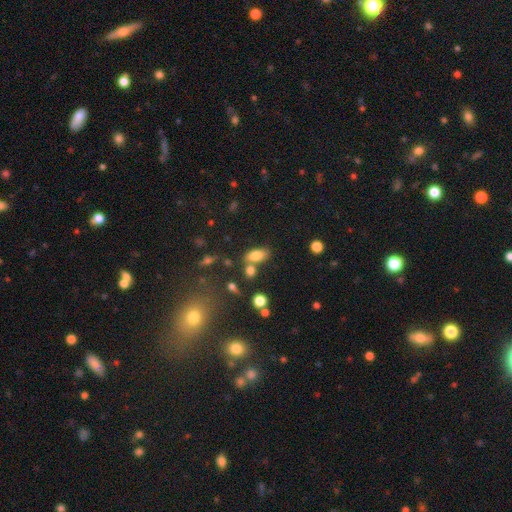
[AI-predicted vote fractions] Morphology: type=smooth (81%); roundness=in between (87%); merging=none (62%).